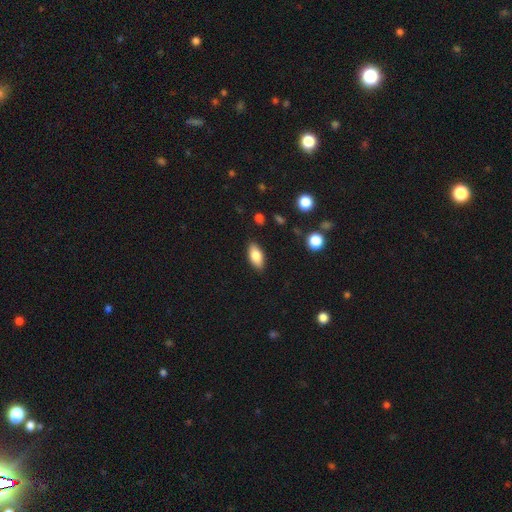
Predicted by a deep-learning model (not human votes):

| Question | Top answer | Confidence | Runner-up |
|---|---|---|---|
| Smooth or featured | smooth | 81% | featured or disk (12%) |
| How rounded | in between | 88% | cigar-shaped (9%) |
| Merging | none | 86% | minor disturbance (10%) |